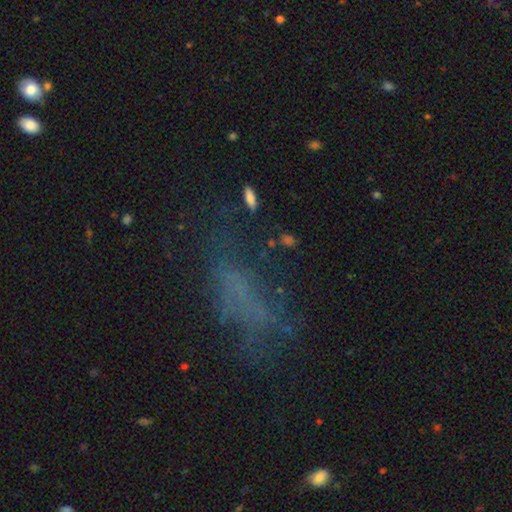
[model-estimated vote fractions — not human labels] Q: Smooth or featured?
A: smooth (40%); runner-up: featured or disk (32%)
Q: Merging?
A: none (47%); runner-up: major disturbance (29%)